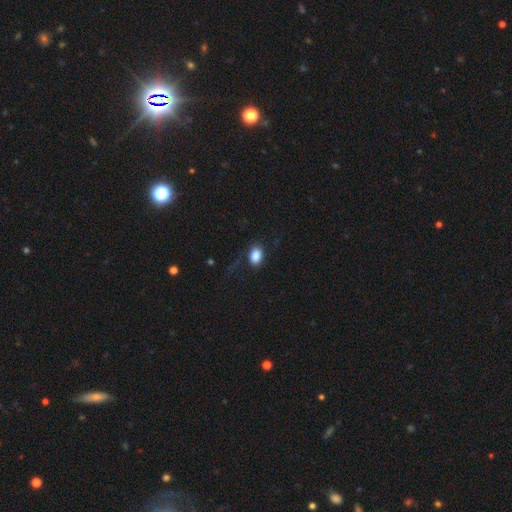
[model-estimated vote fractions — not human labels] A smooth galaxy with no disk features (86%) that is in between round and cigar-shaped (77%).

Vote fractions:
- Smooth or featured? smooth: 86% / star or artifact: 9% / featured or disk: 5%
- How rounded? in between: 77% / round: 22% / cigar-shaped: 1%
- Merging? none: 75% / minor disturbance: 15% / major disturbance: 8% / merger: 2%